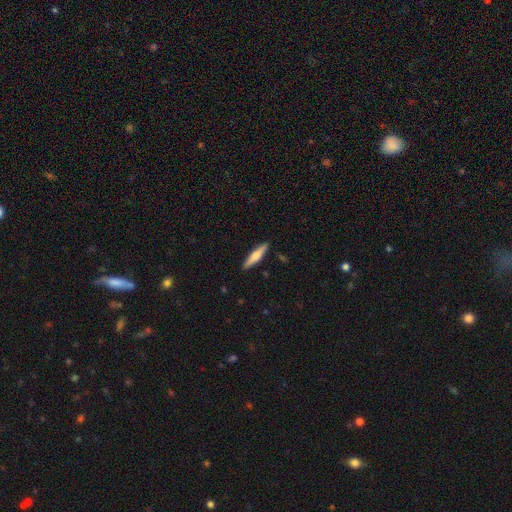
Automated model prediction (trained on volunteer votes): Overall: smooth (48%; featured or disk 47%). Merging: none (90%).